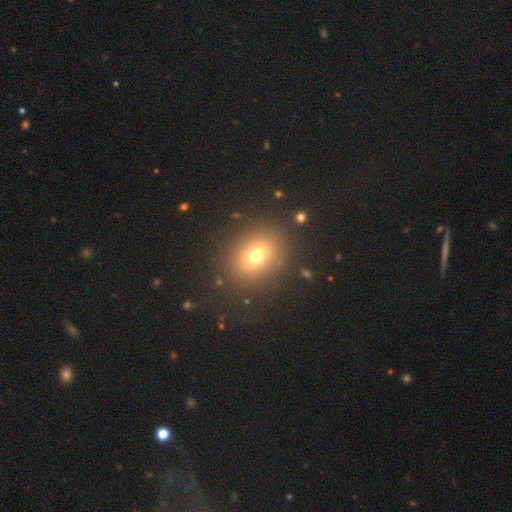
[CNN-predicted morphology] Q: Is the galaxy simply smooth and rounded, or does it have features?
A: smooth — 71%.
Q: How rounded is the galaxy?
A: in between — 53%.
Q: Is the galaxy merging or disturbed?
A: none — 84%.